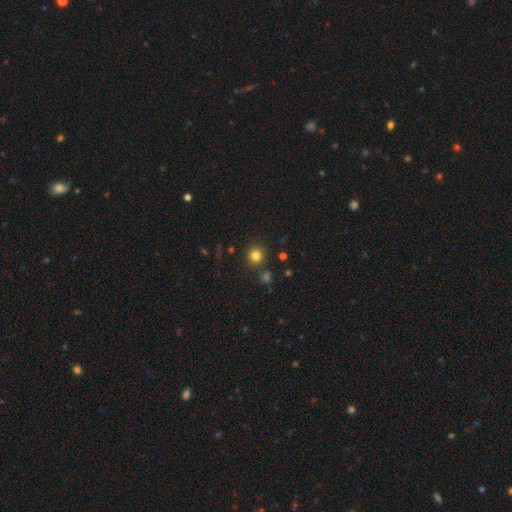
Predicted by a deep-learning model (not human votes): This appears to be a smooth galaxy with no disk features (80%) that is round (92%). Merging: none (86%).